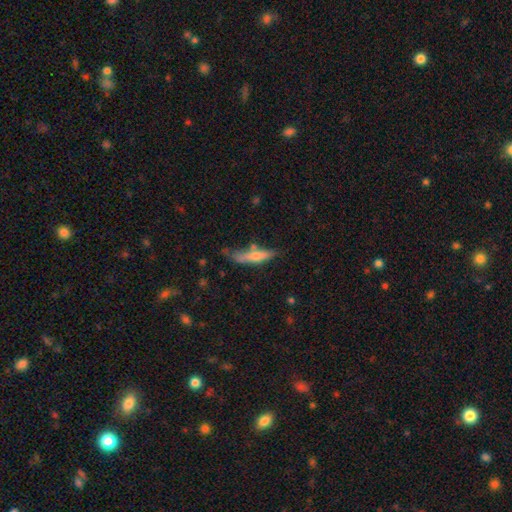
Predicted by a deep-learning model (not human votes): This appears to be a smooth galaxy with no disk features (57%) that is cigar-shaped (77%). Merging: none (55%).